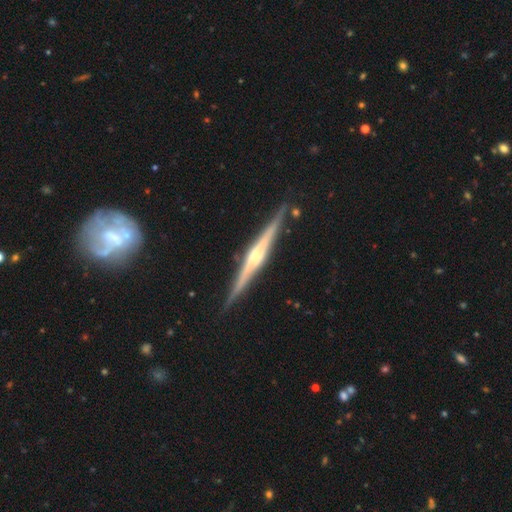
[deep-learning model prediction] Smooth or featured? Predicted: featured or disk (p=0.84). Edge-on disk? Predicted: yes (p=0.98). Edge-on bulge? Predicted: rounded (p=0.70). Merging? Predicted: none (p=0.89).